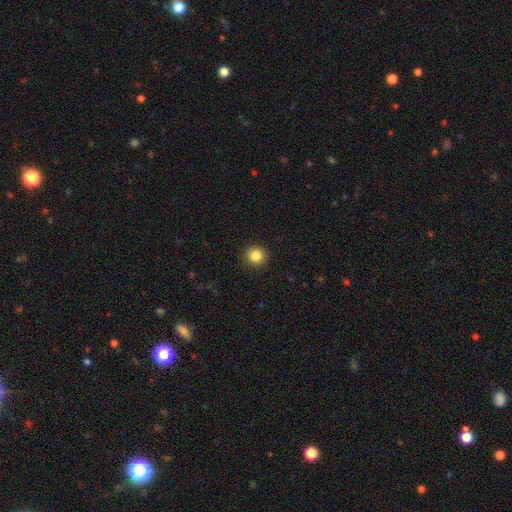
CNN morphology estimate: Overall: smooth (85%). How rounded: round (93%). Merging: none (92%).